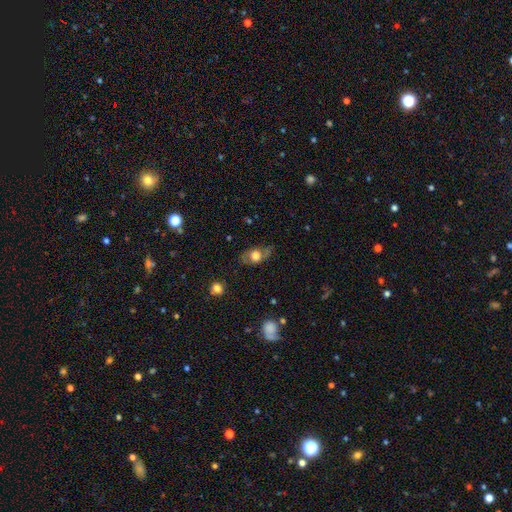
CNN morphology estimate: Q: Smooth or featured?
A: smooth (56%); runner-up: featured or disk (35%)
Q: How rounded?
A: in between (71%); runner-up: round (24%)
Q: Merging?
A: none (65%); runner-up: minor disturbance (23%)